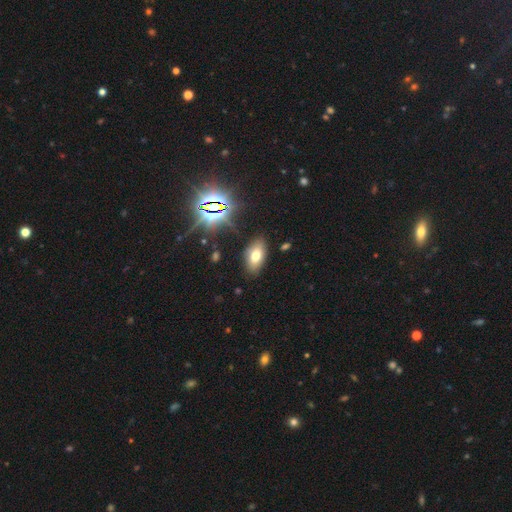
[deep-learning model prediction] Smooth or featured?
  - smooth: 66% *
  - star or artifact: 18%
  - featured or disk: 15%
How rounded?
  - in between: 91% *
  - round: 5%
  - cigar-shaped: 4%
Merging?
  - none: 84% *
  - minor disturbance: 11%
  - major disturbance: 3%
  - merger: 2%